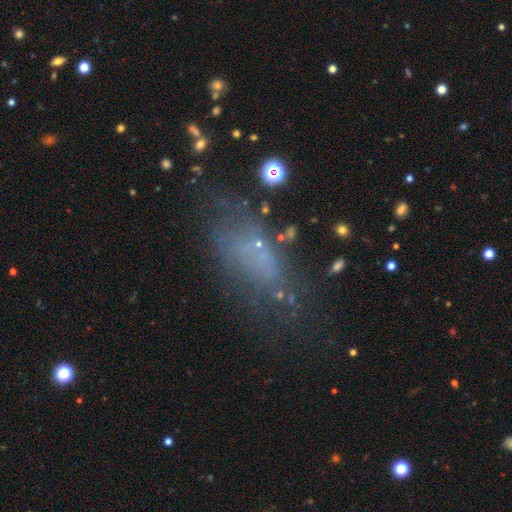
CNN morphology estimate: smooth_or_featured: smooth (p=0.47) [alt: featured or disk p=0.32]
merging: none (p=0.54) [alt: minor disturbance p=0.23]